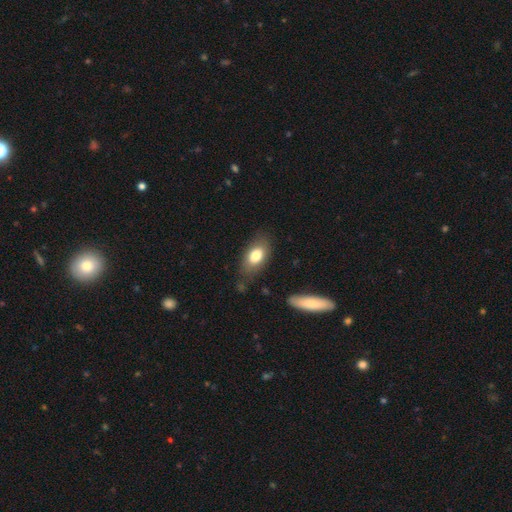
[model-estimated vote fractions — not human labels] Smooth or featured? Predicted: smooth (p=0.78). How rounded? Predicted: in between (p=0.88). Merging? Predicted: none (p=0.74).